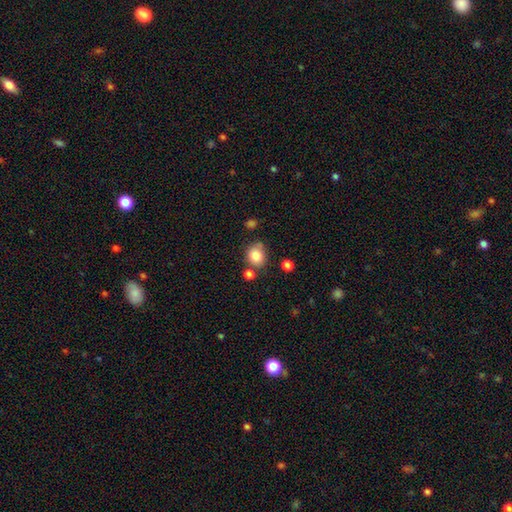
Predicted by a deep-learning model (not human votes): Smooth or featured?
  - smooth: 83% *
  - star or artifact: 10%
  - featured or disk: 7%
How rounded?
  - round: 71% *
  - in between: 28%
  - cigar-shaped: 1%
Merging?
  - none: 65% *
  - minor disturbance: 17%
  - merger: 13%
  - major disturbance: 5%